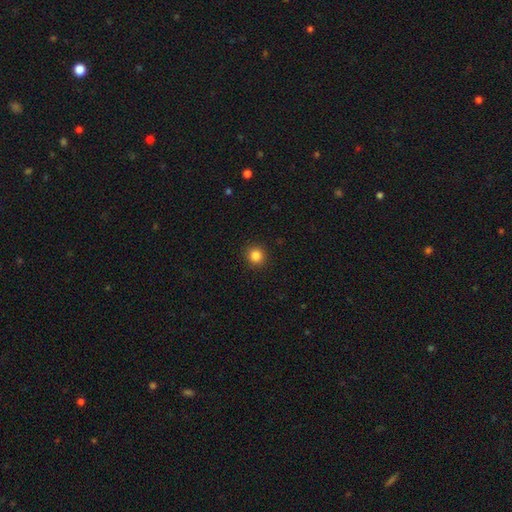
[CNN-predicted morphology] A smooth galaxy with no disk features (85%) that is round (92%).

Vote fractions:
- Smooth or featured? smooth: 85% / star or artifact: 11% / featured or disk: 4%
- How rounded? round: 92% / in between: 7% / cigar-shaped: 1%
- Merging? none: 92% / minor disturbance: 5% / major disturbance: 2% / merger: 1%